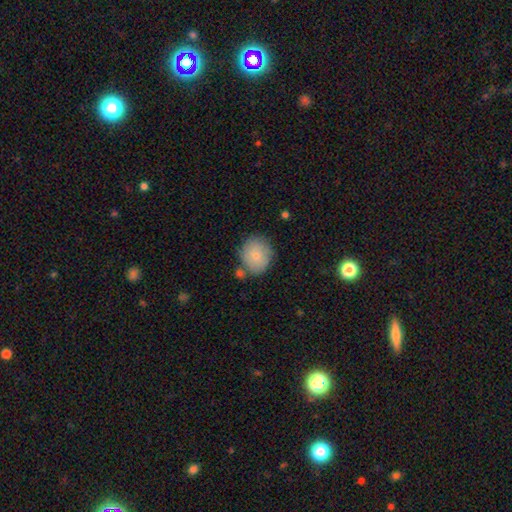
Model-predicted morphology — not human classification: The model was most divided on "merging": none: 72%, minor disturbance: 16%, merger: 8%, major disturbance: 4%. More confident: smooth or featured — smooth (82%); how rounded — round (80%).